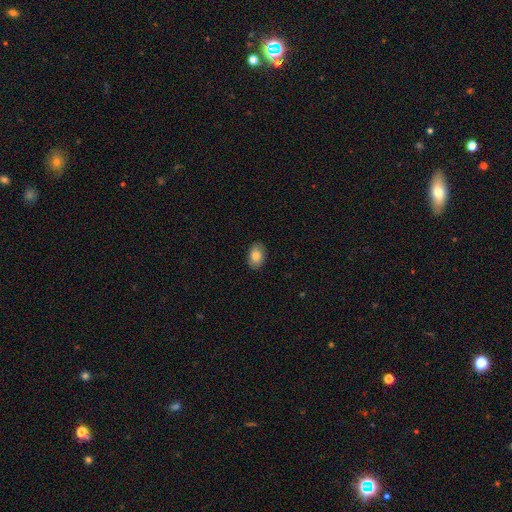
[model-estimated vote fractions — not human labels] smooth 84%, featured or disk 8%, star or artifact 7%. Down the decision tree: how rounded — in between (84%); merging — none (88%).